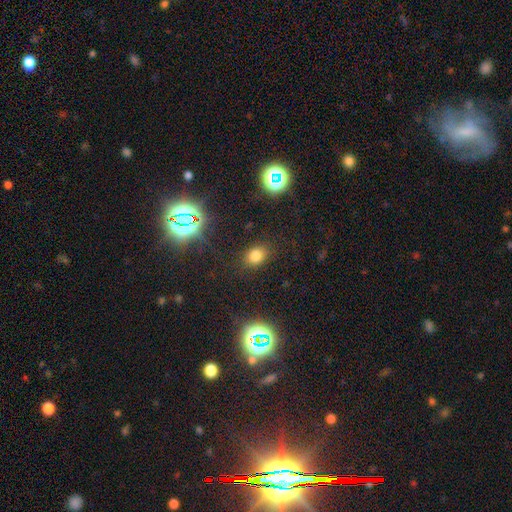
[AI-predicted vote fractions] smooth 73%, star or artifact 20%, featured or disk 7%. Down the decision tree: how rounded — in between (54%); merging — none (83%).